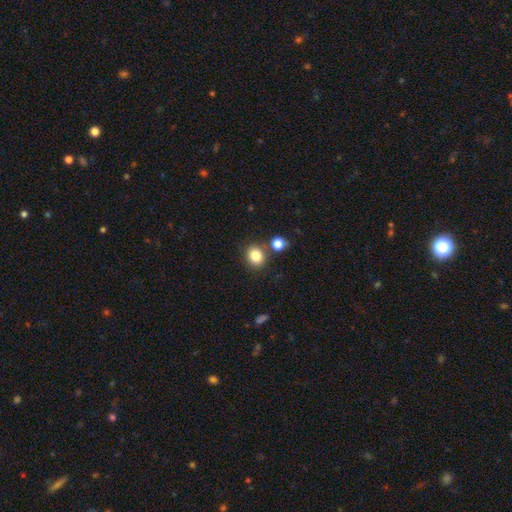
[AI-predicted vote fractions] The model was most divided on "how rounded": round: 76%, in between: 23%, cigar-shaped: 1%. More confident: smooth or featured — smooth (83%); merging — none (75%).